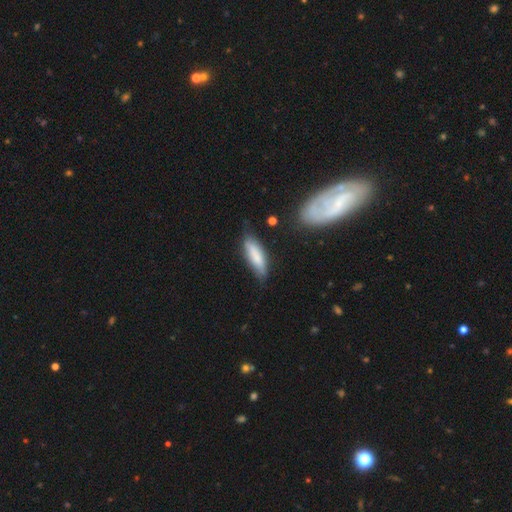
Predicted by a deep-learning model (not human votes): The model was most divided on "how rounded": cigar-shaped: 57%, in between: 41%, round: 2%. More confident: smooth or featured — smooth (75%); merging — none (69%).